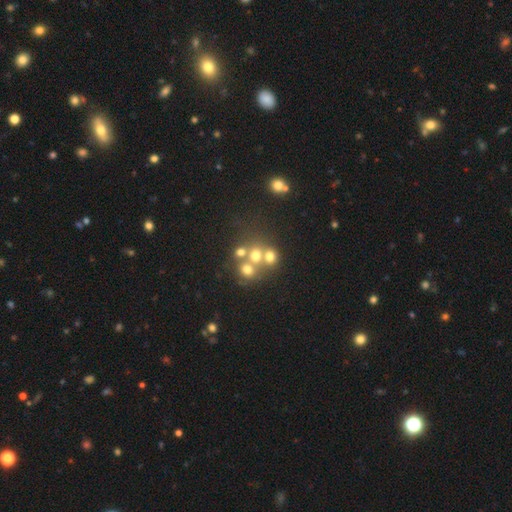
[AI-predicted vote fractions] This appears to be a smooth galaxy with no disk features (60%) that is round (80%). Merging: merger (46%).